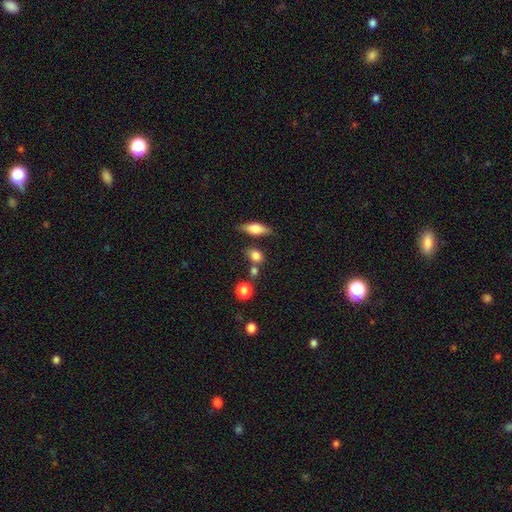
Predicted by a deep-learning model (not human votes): Q: Smooth or featured?
A: smooth (79%); runner-up: star or artifact (11%)
Q: How rounded?
A: round (49%); runner-up: in between (46%)
Q: Merging?
A: none (62%); runner-up: merger (20%)